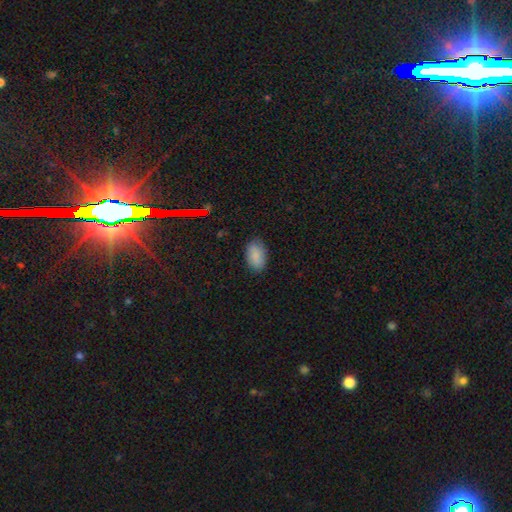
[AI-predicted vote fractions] Smooth or featured? Predicted: smooth (p=0.86). How rounded? Predicted: in between (p=0.93). Merging? Predicted: none (p=0.83).